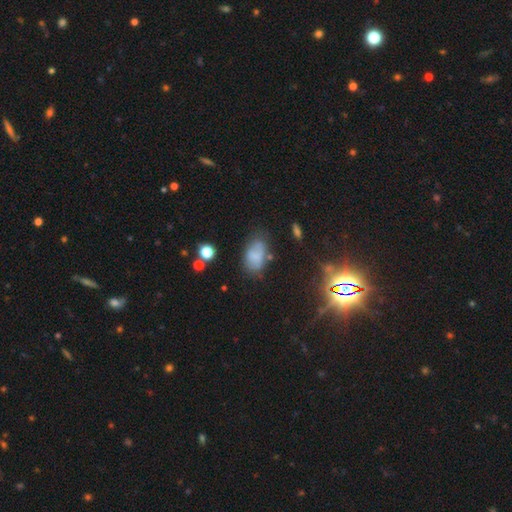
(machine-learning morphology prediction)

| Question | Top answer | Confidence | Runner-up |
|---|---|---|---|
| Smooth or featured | smooth | 71% | featured or disk (17%) |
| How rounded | in between | 90% | round (8%) |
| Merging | none | 54% | minor disturbance (27%) |